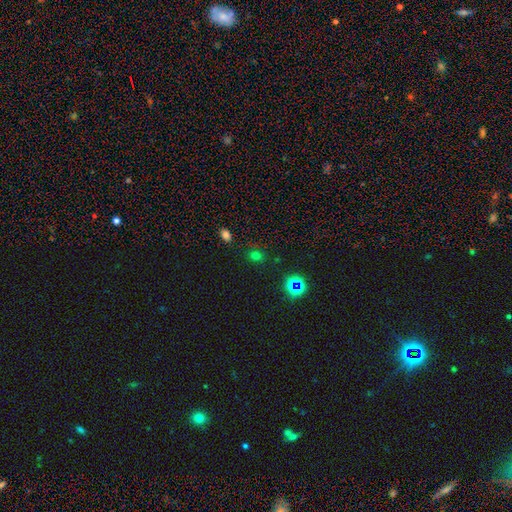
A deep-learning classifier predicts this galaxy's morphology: Smooth or featured: smooth — 63% (star or artifact — 31%)
How rounded: round — 62% (in between — 37%)
Merging: none — 80% (minor disturbance — 12%)